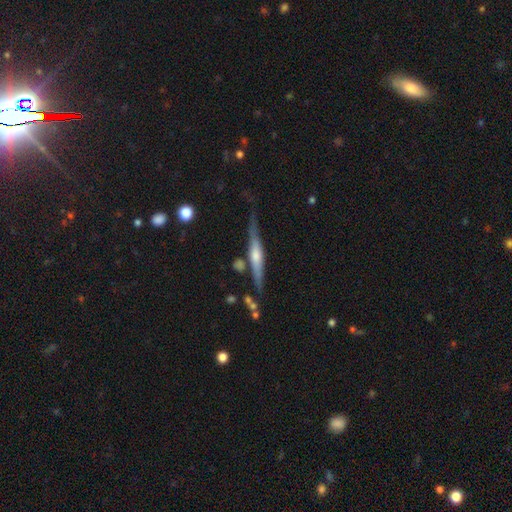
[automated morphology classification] Q: Smooth or featured?
A: featured or disk (77%); runner-up: smooth (16%)
Q: Edge-on disk?
A: yes (96%); runner-up: no (4%)
Q: Edge-on bulge?
A: rounded (74%); runner-up: boxy (14%)
Q: Merging?
A: none (76%); runner-up: minor disturbance (15%)